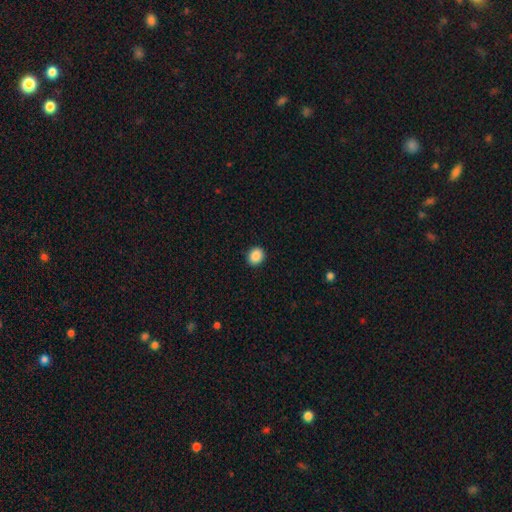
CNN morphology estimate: Smooth or featured? Predicted: smooth (p=0.89). How rounded? Predicted: round (p=0.63). Merging? Predicted: none (p=0.91).